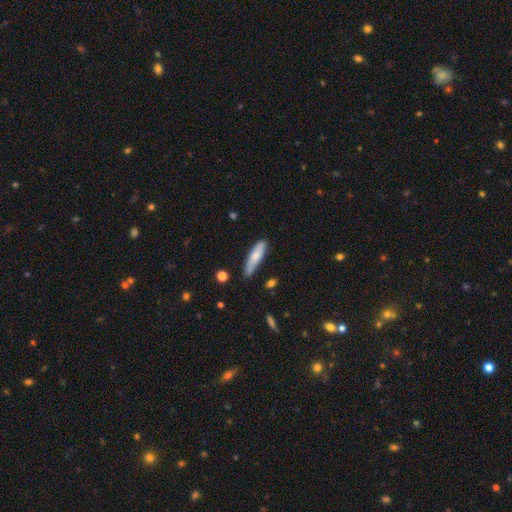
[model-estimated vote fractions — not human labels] smooth 71%, featured or disk 23%, star or artifact 6%. Down the decision tree: how rounded — cigar-shaped (64%); merging — none (67%).